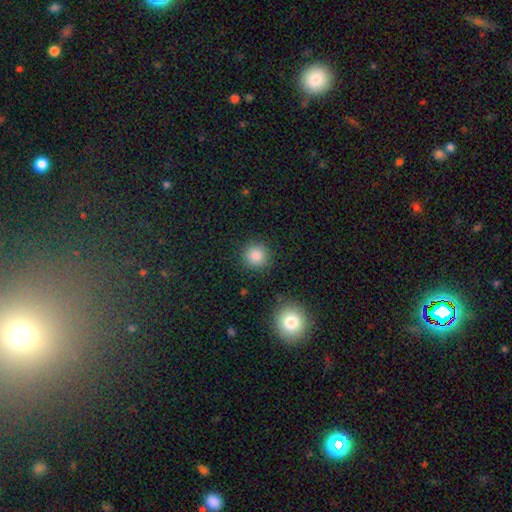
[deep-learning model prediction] A smooth galaxy with no disk features (84%) that is round (93%).

Vote fractions:
- Smooth or featured? smooth: 84% / star or artifact: 11% / featured or disk: 5%
- How rounded? round: 93% / in between: 6% / cigar-shaped: 1%
- Merging? none: 88% / minor disturbance: 7% / major disturbance: 3% / merger: 2%